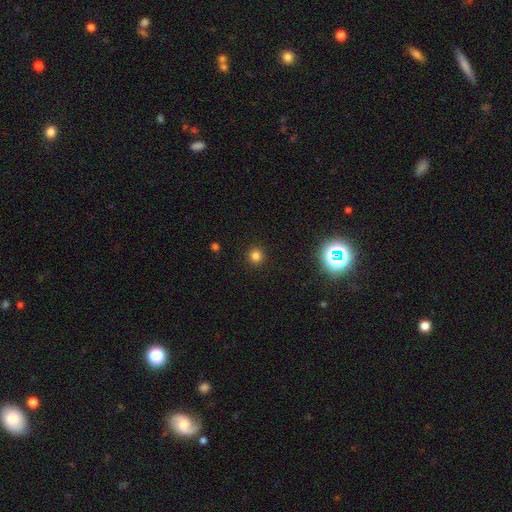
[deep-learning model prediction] smooth_or_featured: smooth (p=0.80) [alt: star or artifact p=0.15]
how_rounded: round (p=0.93) [alt: in between p=0.06]
merging: none (p=0.92) [alt: minor disturbance p=0.05]